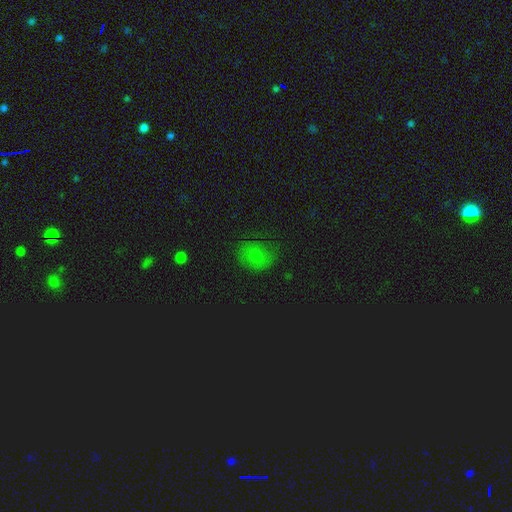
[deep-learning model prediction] This appears to be a smooth galaxy with no disk features (64%) that is round (52%). Merging: none (66%).